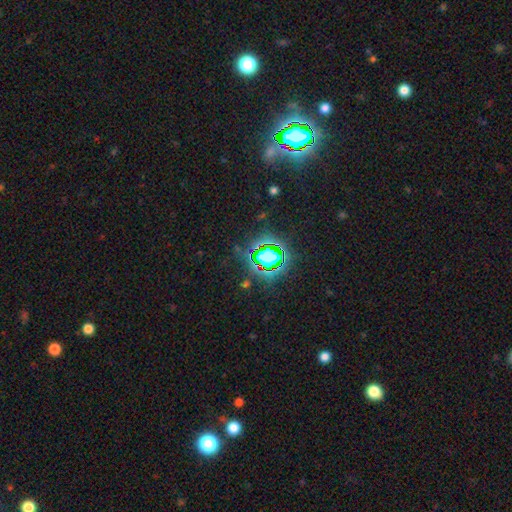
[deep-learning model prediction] This is clearly a star or artifact rather than a galaxy (84%).